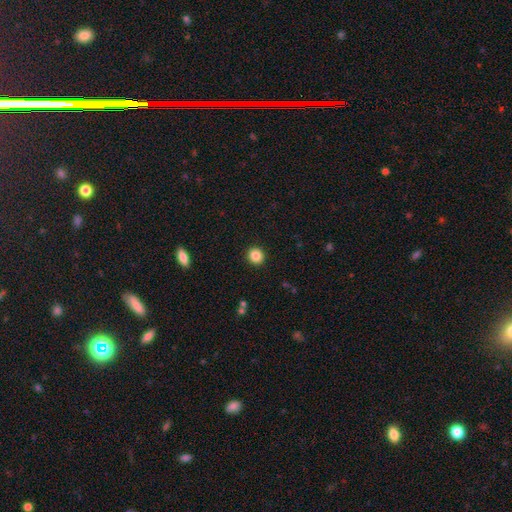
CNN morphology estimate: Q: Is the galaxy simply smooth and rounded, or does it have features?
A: smooth — 85%.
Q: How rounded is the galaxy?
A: round — 90%.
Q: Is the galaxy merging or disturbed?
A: none — 92%.